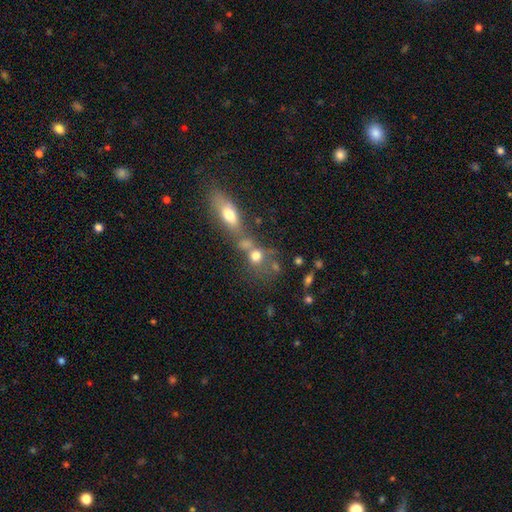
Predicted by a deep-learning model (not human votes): This is likely a smooth galaxy (70%). How rounded: likely round (66%). Merging: possibly merger (47%).